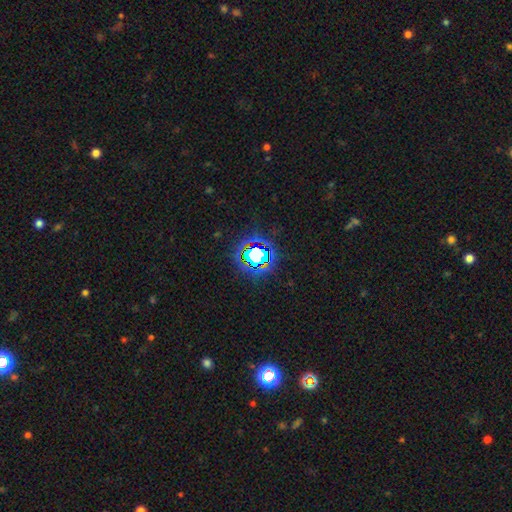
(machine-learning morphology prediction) Smooth or featured?
  - star or artifact: 68% *
  - smooth: 19%
  - featured or disk: 13%